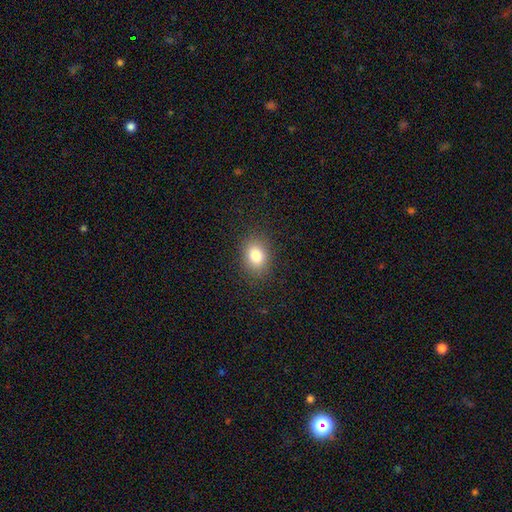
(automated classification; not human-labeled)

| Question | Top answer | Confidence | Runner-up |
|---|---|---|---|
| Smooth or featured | smooth | 81% | star or artifact (11%) |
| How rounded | in between | 60% | round (39%) |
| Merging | none | 87% | minor disturbance (9%) |